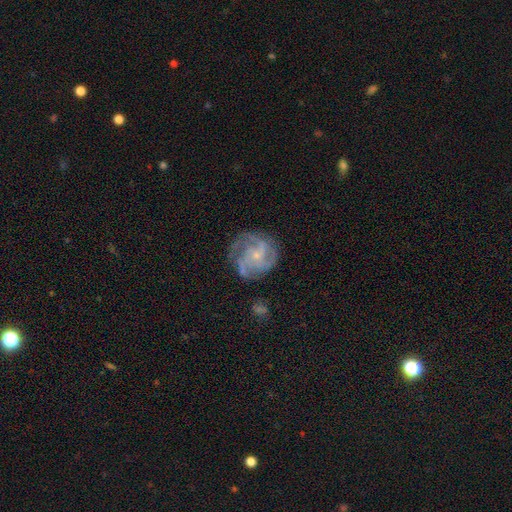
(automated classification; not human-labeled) A featured or disk galaxy (83%) with no bar (70%), 3 (31%) tight (47%) spiral arms (95%) and a small central bulge (75%).

Vote fractions:
- Smooth or featured? featured or disk: 83% / smooth: 10% / star or artifact: 7%
- Edge-on disk? no: 98% / yes: 2%
- Bar? no: 70% / weak: 25% / strong: 4%
- Spiral arms? yes: 95% / no: 5%
- Spiral winding? tight: 47% / medium: 42% / loose: 11%
- Spiral arm count? 3: 31% / 4: 26% / can't tell: 20% / 2: 10% / more than 4: 7% / 1: 6%
- Bulge size? small: 75% / moderate: 18% / none: 5% / large: 1% / dominant: 1%
- Merging? none: 72% / minor disturbance: 18% / major disturbance: 9% / merger: 2%